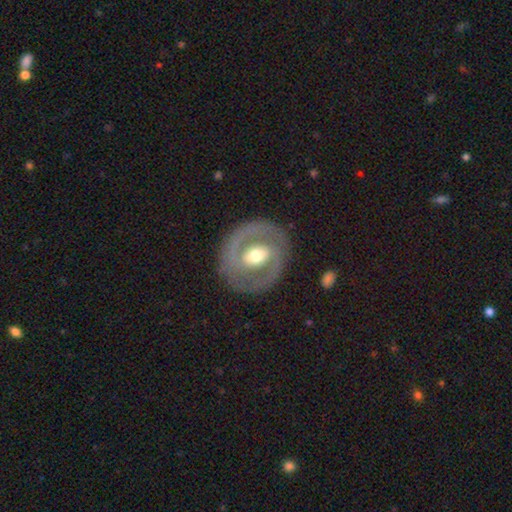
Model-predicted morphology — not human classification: A featured or disk galaxy (76%) with a weak bar (39%), spiral arms (62%) and a moderate central bulge (67%). Merging: none (83%).